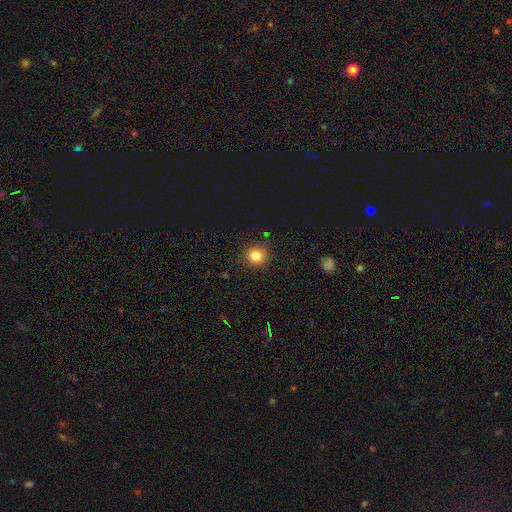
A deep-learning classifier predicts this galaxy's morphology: This is clearly a smooth galaxy (82%). How rounded: clearly round (91%). Merging: clearly none (88%).